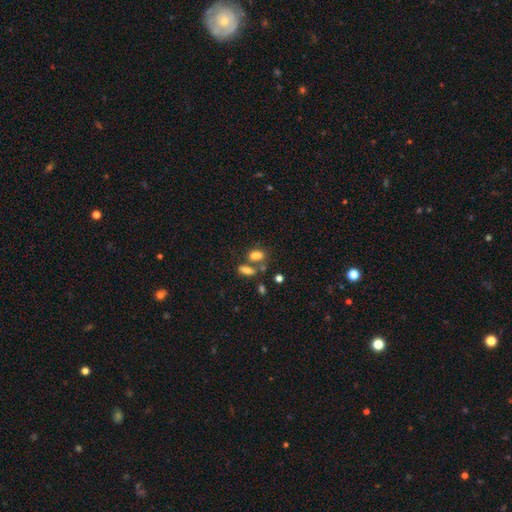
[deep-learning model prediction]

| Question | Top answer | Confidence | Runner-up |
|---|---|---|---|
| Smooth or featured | smooth | 77% | star or artifact (13%) |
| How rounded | in between | 81% | round (12%) |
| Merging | none | 44% | merger (38%) |